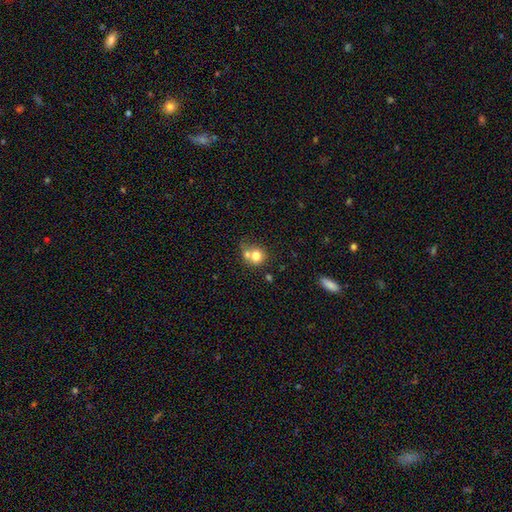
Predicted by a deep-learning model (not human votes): This appears to be a smooth galaxy with no disk features (75%) that is round (77%). Merging: merger (50%).